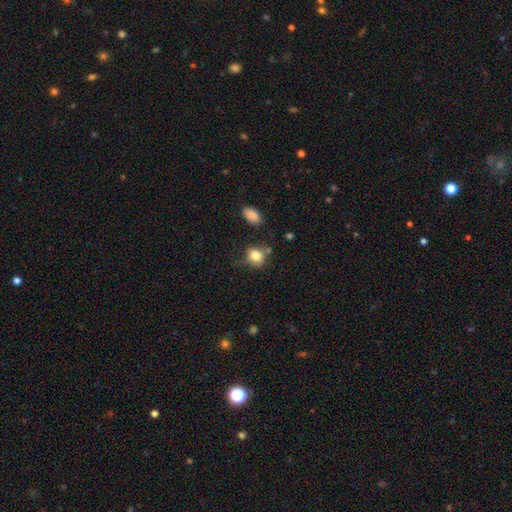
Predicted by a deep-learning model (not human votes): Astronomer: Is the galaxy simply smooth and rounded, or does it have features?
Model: smooth — 82%.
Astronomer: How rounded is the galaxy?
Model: round — 60% (runner-up: in between, 39%).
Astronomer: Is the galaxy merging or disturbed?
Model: none — 61%.